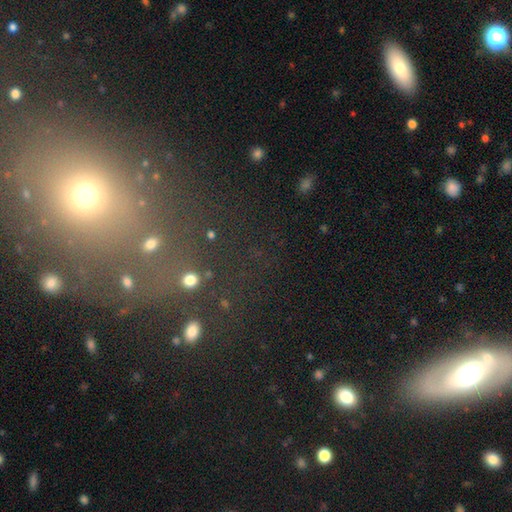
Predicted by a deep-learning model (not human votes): Q: Smooth or featured?
A: smooth (43%); runner-up: star or artifact (36%)
Q: Merging?
A: none (65%); runner-up: minor disturbance (13%)